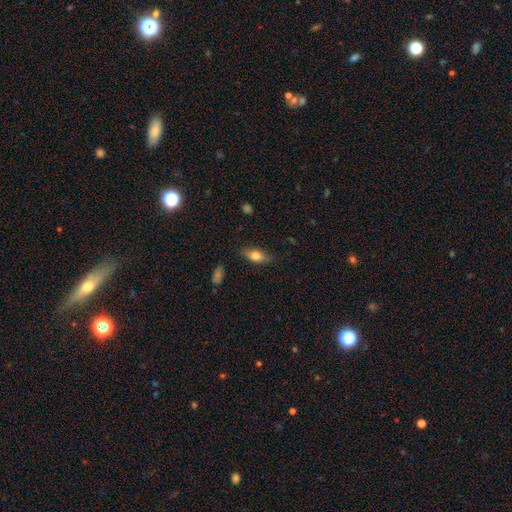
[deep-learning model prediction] Smooth or featured? smooth (66%)
How rounded? in between (72%)
Merging? none (80%)